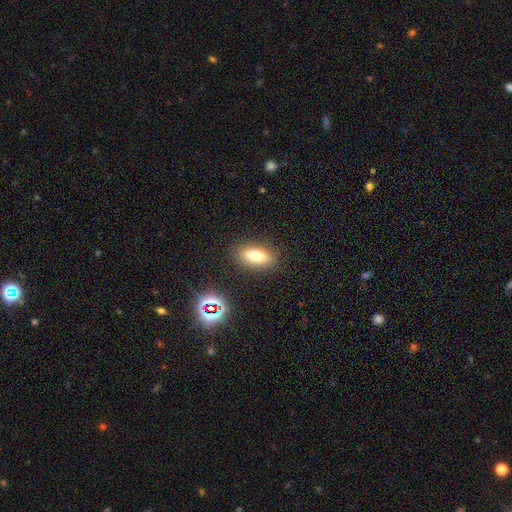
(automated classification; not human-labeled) Smooth or featured?
  - smooth: 74% *
  - featured or disk: 15%
  - star or artifact: 11%
How rounded?
  - in between: 80% *
  - cigar-shaped: 16%
  - round: 5%
Merging?
  - none: 86% *
  - minor disturbance: 9%
  - major disturbance: 3%
  - merger: 2%